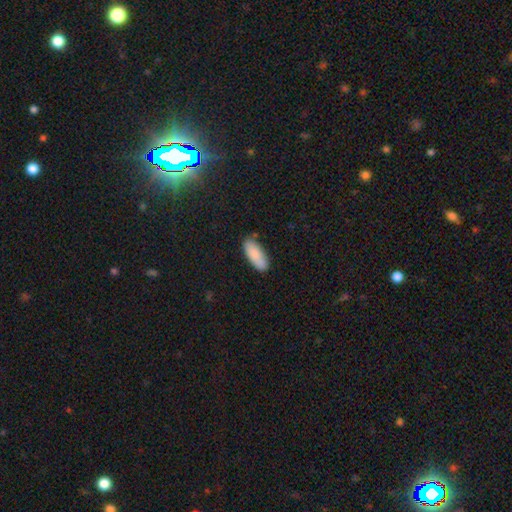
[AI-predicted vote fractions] This is clearly a smooth galaxy (87%). How rounded: clearly in between (80%). Merging: clearly none (81%).